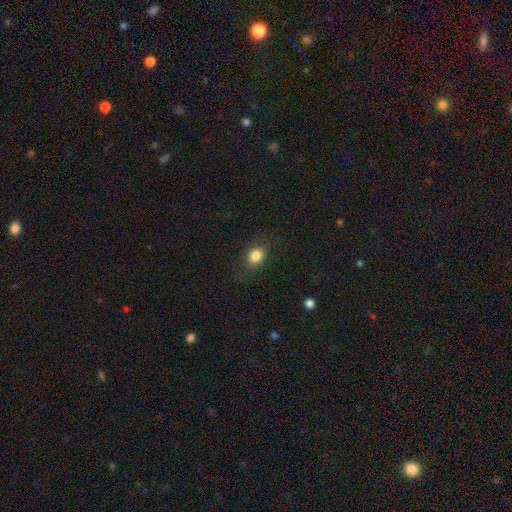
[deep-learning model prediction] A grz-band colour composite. It shows a smooth galaxy with no disk features (84%) that is in between round and cigar-shaped (63%). Merging: none (83%).